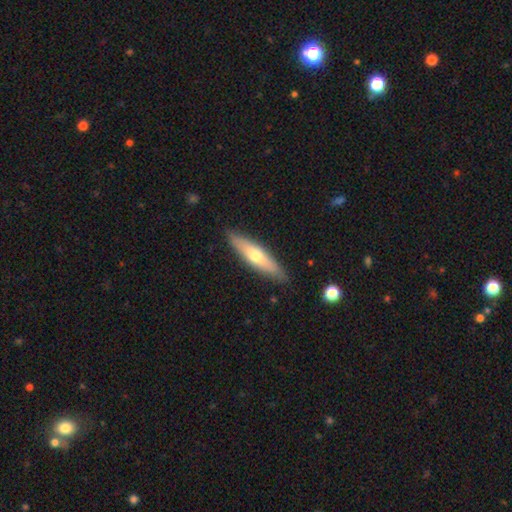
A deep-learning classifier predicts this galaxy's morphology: Smooth or featured?
  - smooth: 54% *
  - featured or disk: 41%
  - star or artifact: 5%
How rounded?
  - cigar-shaped: 73% *
  - in between: 25%
  - round: 2%
Merging?
  - none: 87% *
  - minor disturbance: 10%
  - major disturbance: 2%
  - merger: 1%